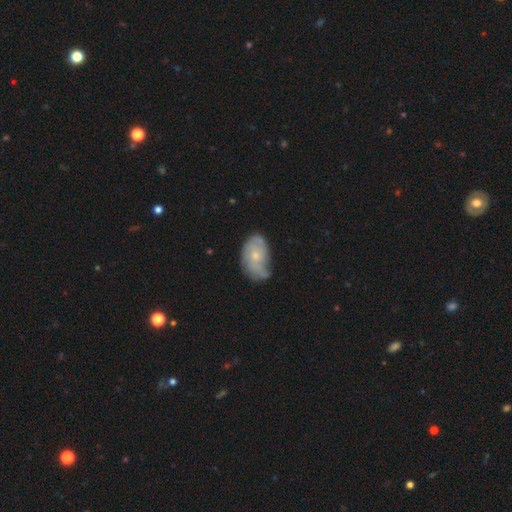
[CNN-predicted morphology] Q: Smooth or featured?
A: featured or disk (56%); runner-up: smooth (37%)
Q: Edge-on disk?
A: no (96%); runner-up: yes (4%)
Q: Bar?
A: no (81%); runner-up: weak (17%)
Q: Spiral arms?
A: yes (71%); runner-up: no (29%)
Q: Bulge size?
A: small (61%); runner-up: moderate (33%)
Q: Merging?
A: none (46%); runner-up: minor disturbance (36%)